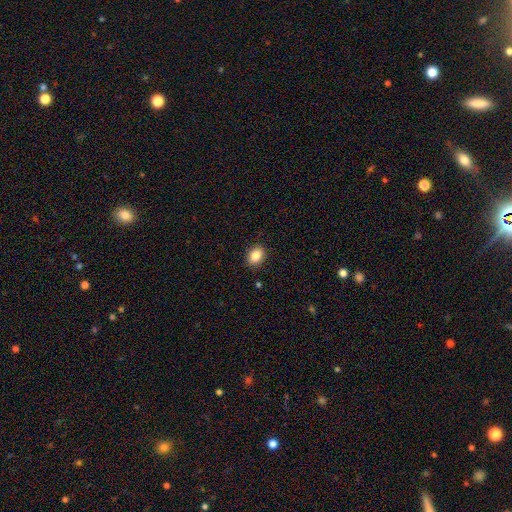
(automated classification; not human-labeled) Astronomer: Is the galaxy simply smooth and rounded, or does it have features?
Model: smooth — 85%.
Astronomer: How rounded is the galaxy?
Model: in between — 58% (runner-up: round, 41%).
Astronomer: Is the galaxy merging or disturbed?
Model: none — 90%.